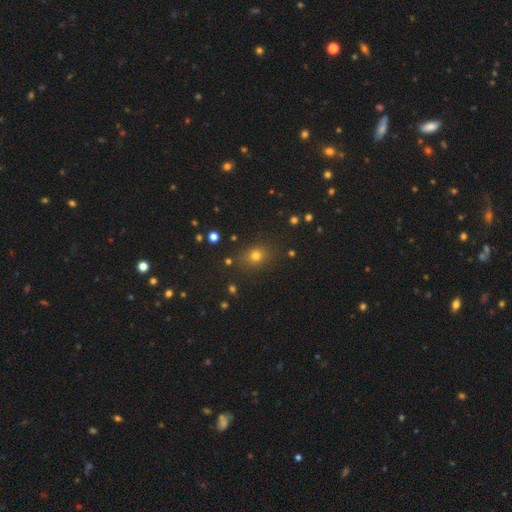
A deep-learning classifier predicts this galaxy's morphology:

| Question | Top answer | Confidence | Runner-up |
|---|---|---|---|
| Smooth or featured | smooth | 73% | star or artifact (19%) |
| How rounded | round | 62% | in between (37%) |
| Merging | none | 82% | minor disturbance (11%) |